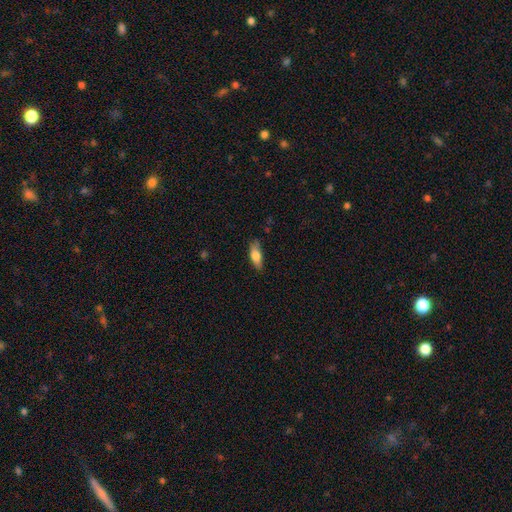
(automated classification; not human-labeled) smooth-or-featured: smooth: 75% | featured or disk: 18% | star or artifact: 7%
  how-rounded: in between: 68% | cigar-shaped: 30% | round: 3%
  merging: none: 74% | minor disturbance: 20% | major disturbance: 4% | merger: 2%